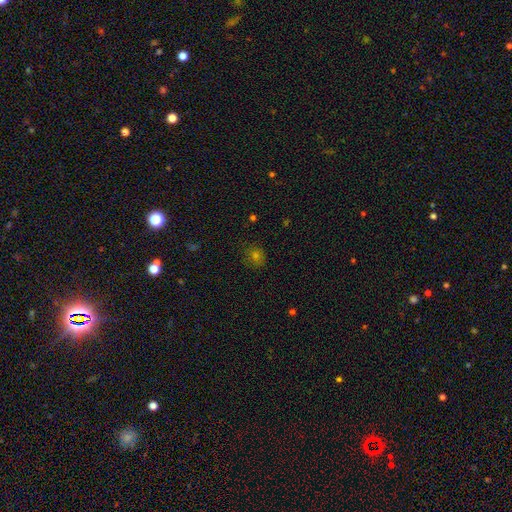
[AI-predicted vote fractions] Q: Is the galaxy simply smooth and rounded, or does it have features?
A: smooth — 63%.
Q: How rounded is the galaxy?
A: round — 77%.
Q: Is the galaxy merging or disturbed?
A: none — 81%.